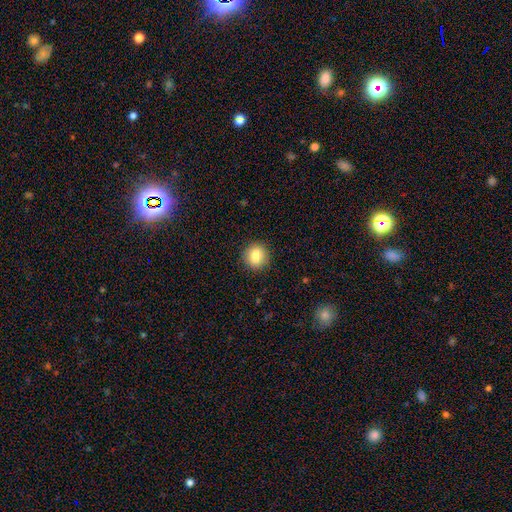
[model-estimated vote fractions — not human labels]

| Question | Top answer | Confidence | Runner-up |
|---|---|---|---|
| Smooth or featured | smooth | 86% | star or artifact (9%) |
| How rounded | round | 86% | in between (13%) |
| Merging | none | 90% | minor disturbance (7%) |